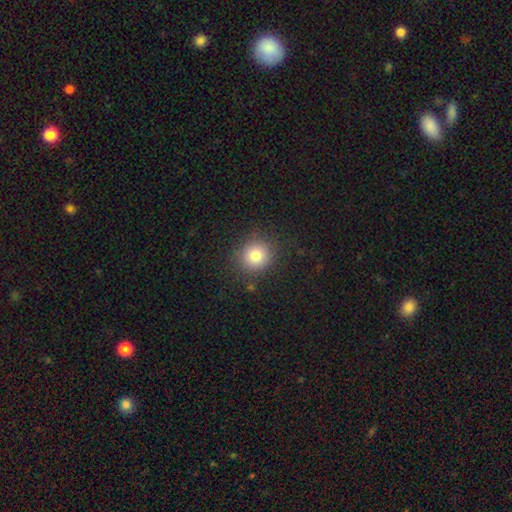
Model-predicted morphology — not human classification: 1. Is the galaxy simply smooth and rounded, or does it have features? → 81% smooth, 12% star or artifact, 8% featured or disk.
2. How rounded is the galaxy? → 87% round, 12% in between, 1% cigar-shaped.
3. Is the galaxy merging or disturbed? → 86% none, 9% minor disturbance, 3% major disturbance, 1% merger.